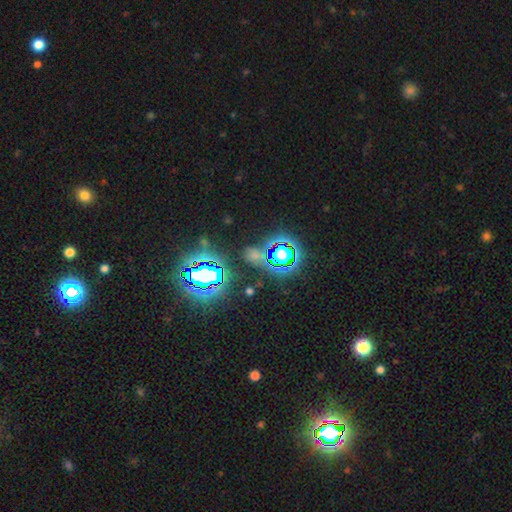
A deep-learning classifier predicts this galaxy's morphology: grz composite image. It shows a star or artifact, not a galaxy (64%).